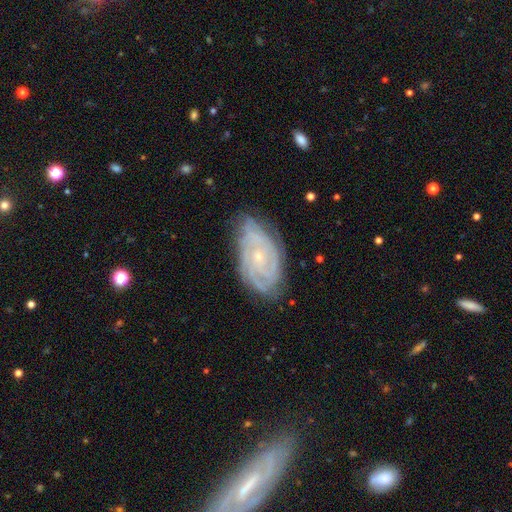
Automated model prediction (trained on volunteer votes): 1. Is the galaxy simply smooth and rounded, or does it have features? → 74% featured or disk, 15% smooth, 10% star or artifact.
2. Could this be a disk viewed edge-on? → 93% no, 7% yes.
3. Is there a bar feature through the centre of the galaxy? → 70% no, 24% weak, 6% strong.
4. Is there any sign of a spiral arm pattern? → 90% yes, 10% no.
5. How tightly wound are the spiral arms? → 73% tight, 21% medium, 6% loose.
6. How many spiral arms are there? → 38% can't tell, 27% 2, 17% 3, 9% 4, 5% more than 4, 5% 1.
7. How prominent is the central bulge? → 71% small, 26% moderate, 1% none, 1% large, 1% dominant.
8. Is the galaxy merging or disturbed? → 76% none, 18% minor disturbance, 4% major disturbance, 1% merger.